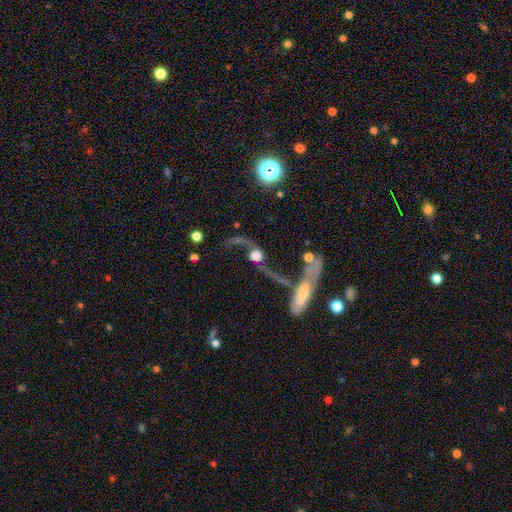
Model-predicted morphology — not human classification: type=featured or disk (79%); edge-on=no (89%); bar=no (70%); spiral arms=yes (91%); winding=loose (92%); arm count=2 (91%); bulge=large (40%); merging=none (39%).